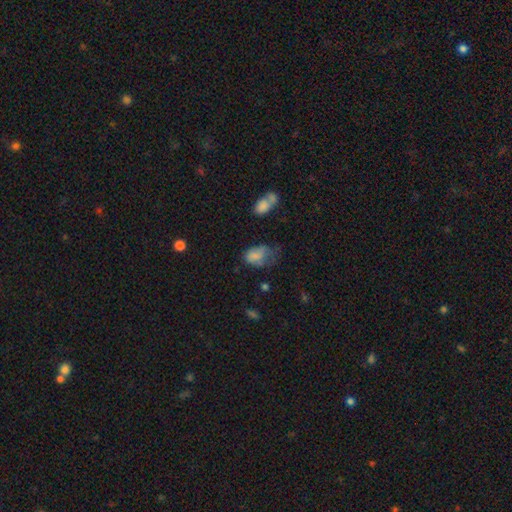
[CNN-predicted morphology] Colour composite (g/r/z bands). It shows a smooth galaxy with no disk features (73%) that is in between round and cigar-shaped (84%). Merging: minor disturbance (35%).